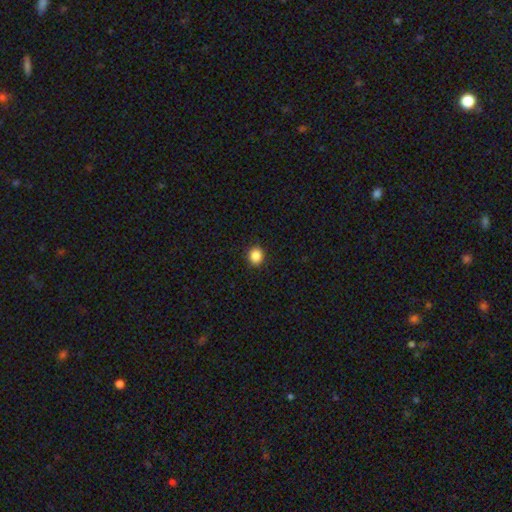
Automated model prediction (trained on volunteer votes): Smooth or featured: smooth — 87% (star or artifact — 10%)
How rounded: round — 84% (in between — 15%)
Merging: none — 91% (minor disturbance — 6%)